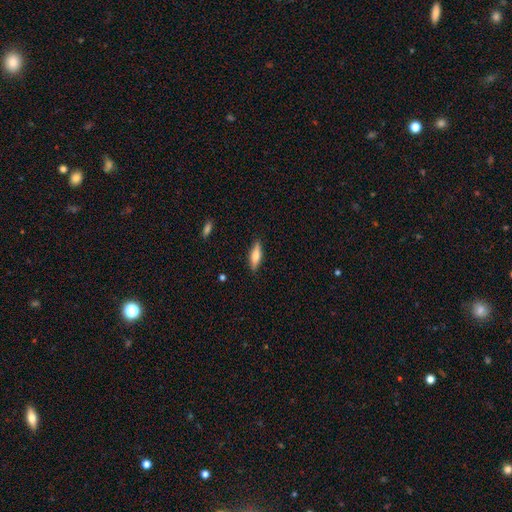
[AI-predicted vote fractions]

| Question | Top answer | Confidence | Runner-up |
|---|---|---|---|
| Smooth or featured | smooth | 62% | featured or disk (31%) |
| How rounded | cigar-shaped | 57% | in between (41%) |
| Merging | none | 87% | minor disturbance (10%) |